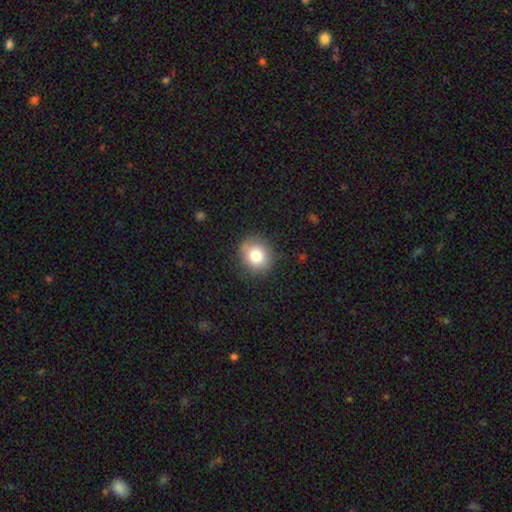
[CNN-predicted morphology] Q: Smooth or featured?
A: smooth (80%); runner-up: star or artifact (10%)
Q: How rounded?
A: round (77%); runner-up: in between (22%)
Q: Merging?
A: none (83%); runner-up: minor disturbance (12%)